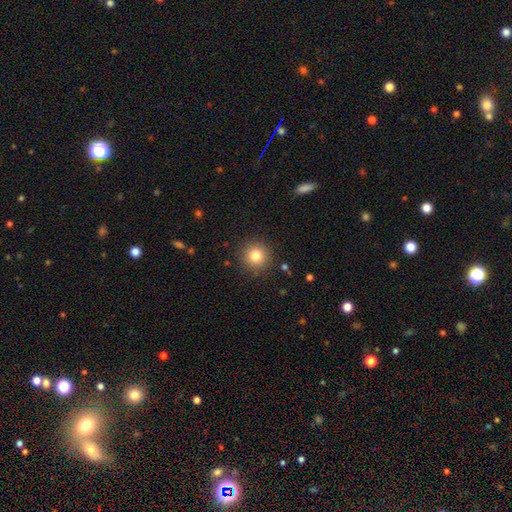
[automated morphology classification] The model was most divided on "smooth or featured": smooth: 81%, star or artifact: 12%, featured or disk: 7%. More confident: how rounded — round (94%); merging — none (89%).